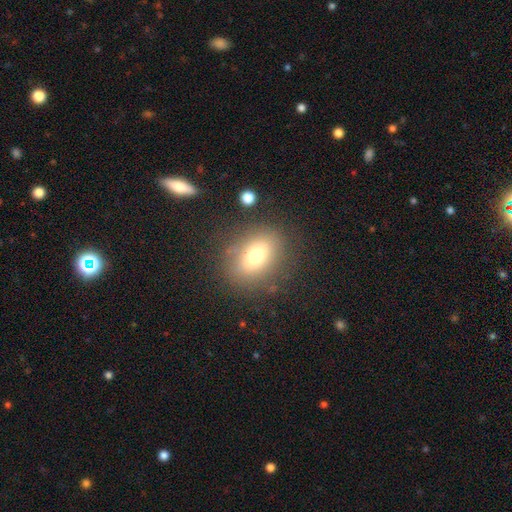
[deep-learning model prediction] A smooth galaxy with no disk features (72%) that is in between round and cigar-shaped (72%).

Vote fractions:
- Smooth or featured? smooth: 72% / featured or disk: 17% / star or artifact: 11%
- How rounded? in between: 72% / round: 24% / cigar-shaped: 3%
- Merging? none: 79% / minor disturbance: 12% / major disturbance: 6% / merger: 3%